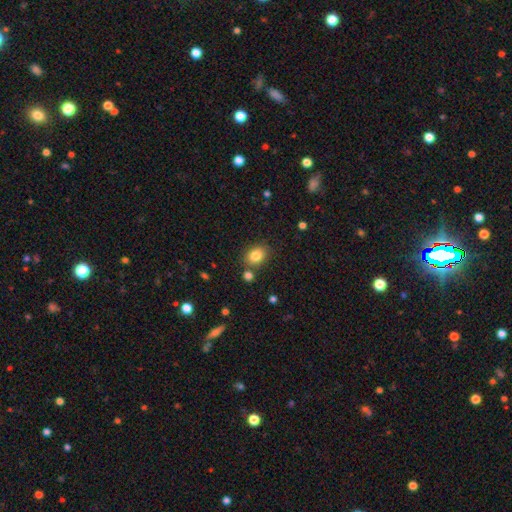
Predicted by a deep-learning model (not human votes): Smooth or featured?
  - smooth: 83% *
  - star or artifact: 10%
  - featured or disk: 7%
How rounded?
  - in between: 61% *
  - round: 38%
  - cigar-shaped: 1%
Merging?
  - none: 78% *
  - minor disturbance: 11%
  - merger: 9%
  - major disturbance: 3%